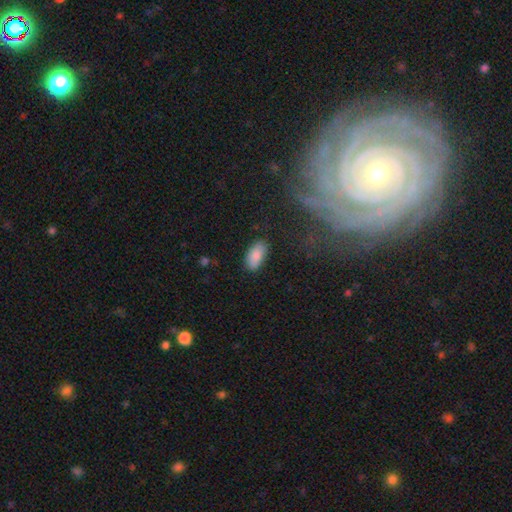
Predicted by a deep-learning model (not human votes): Morphology: type=smooth (86%); roundness=in between (92%); merging=none (81%).